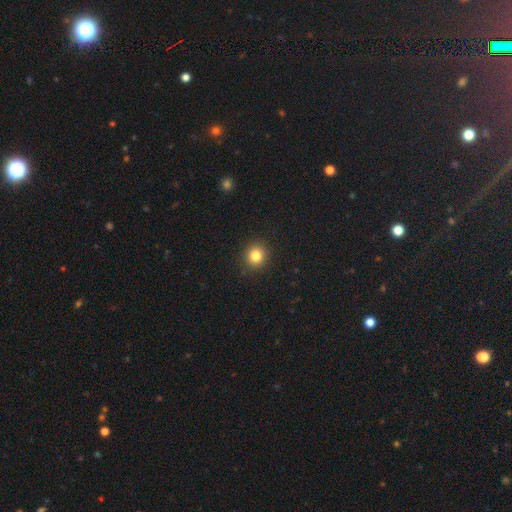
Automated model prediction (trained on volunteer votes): This appears to be a smooth galaxy with no disk features (82%) that is round (89%). Merging: none (91%).